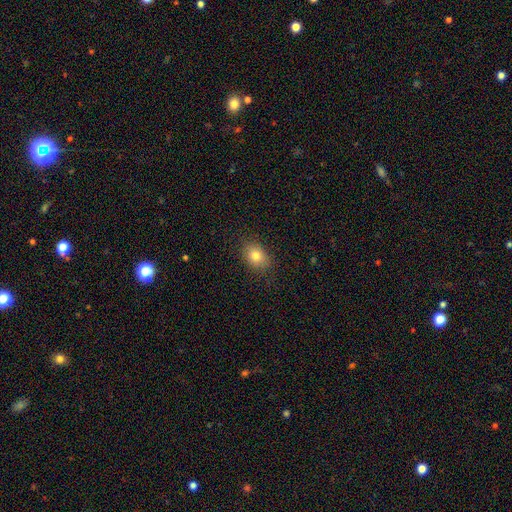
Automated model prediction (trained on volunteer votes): smooth_or_featured: smooth (p=0.80) [alt: star or artifact p=0.11]
how_rounded: in between (p=0.65) [alt: round p=0.34]
merging: none (p=0.85) [alt: minor disturbance p=0.11]